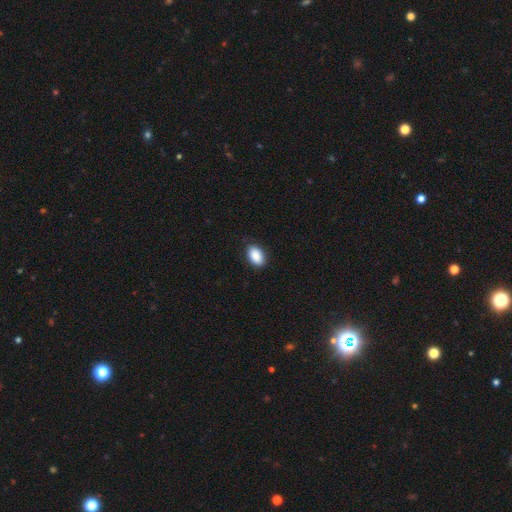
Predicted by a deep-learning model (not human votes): The model was most divided on "merging": none: 83%, minor disturbance: 14%, major disturbance: 3%, merger: 1%. More confident: how rounded — in between (90%); smooth or featured — smooth (89%).